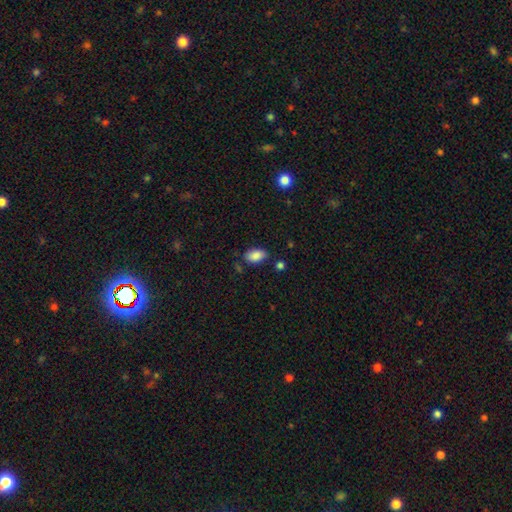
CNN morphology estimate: Smooth or featured: smooth — 88% (star or artifact — 8%)
How rounded: in between — 93% (round — 5%)
Merging: none — 78% (minor disturbance — 15%)